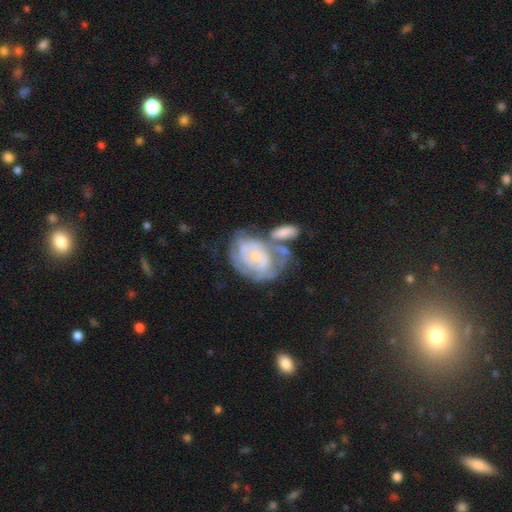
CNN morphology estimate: This appears to be a featured or disk galaxy (74%) with no bar (76%), tight (68%) spiral arms (81%) and a small central bulge (72%). Merging: merger (35%).